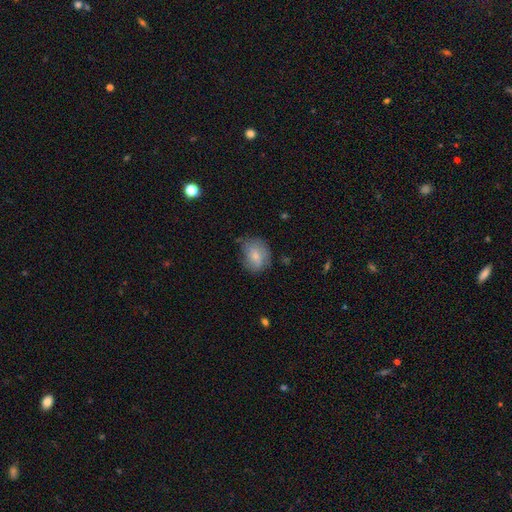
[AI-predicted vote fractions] Smooth or featured?
  - smooth: 75% *
  - featured or disk: 17%
  - star or artifact: 7%
How rounded?
  - in between: 51% *
  - round: 48%
  - cigar-shaped: 1%
Merging?
  - none: 59% *
  - minor disturbance: 30%
  - major disturbance: 9%
  - merger: 2%